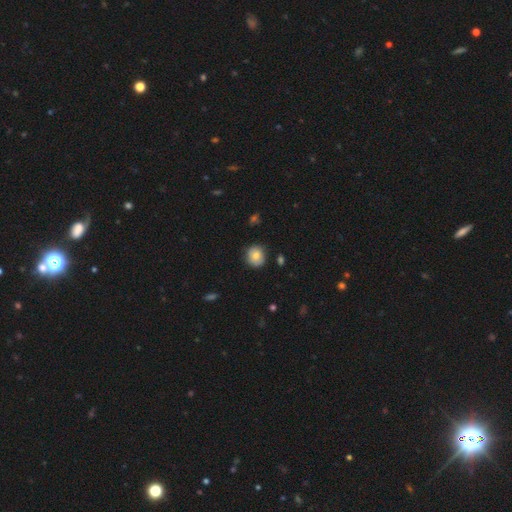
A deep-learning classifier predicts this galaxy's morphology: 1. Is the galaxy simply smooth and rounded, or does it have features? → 79% smooth, 12% featured or disk, 9% star or artifact.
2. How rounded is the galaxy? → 80% round, 19% in between, 1% cigar-shaped.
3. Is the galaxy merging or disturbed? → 81% none, 14% minor disturbance, 3% major disturbance, 2% merger.